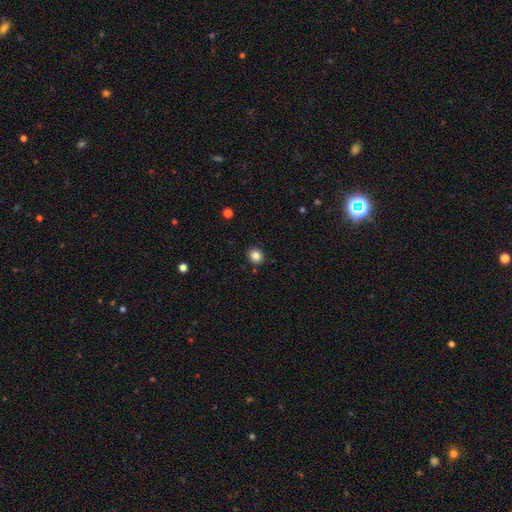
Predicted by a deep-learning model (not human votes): Smooth or featured: smooth — 84% (star or artifact — 11%)
How rounded: round — 75% (in between — 24%)
Merging: none — 90% (minor disturbance — 7%)